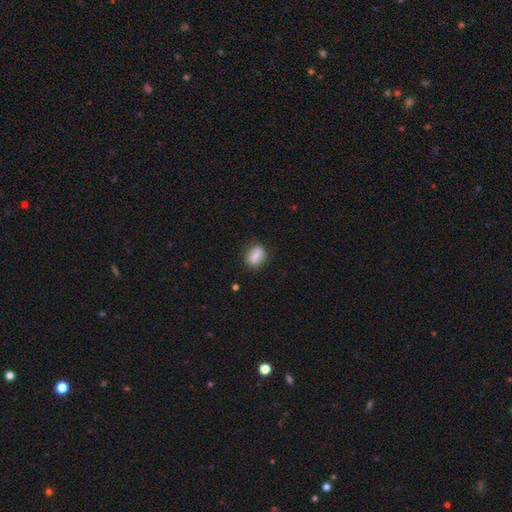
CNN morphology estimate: smooth 78%, featured or disk 14%, star or artifact 8%. Down the decision tree: how rounded — in between (67%); merging — none (80%).